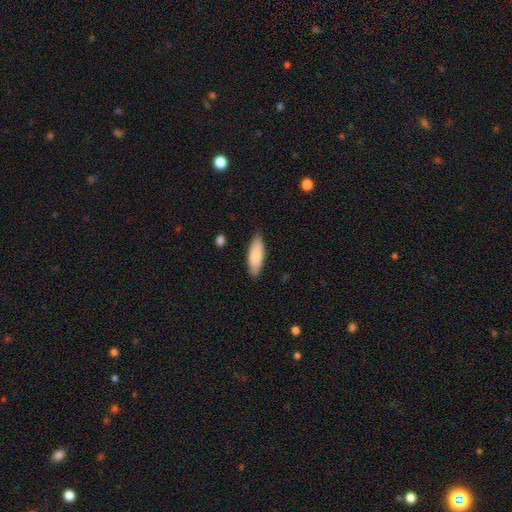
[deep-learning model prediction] Smooth or featured? Predicted: smooth (p=0.82). How rounded? Predicted: in between (p=0.61). Merging? Predicted: none (p=0.86).